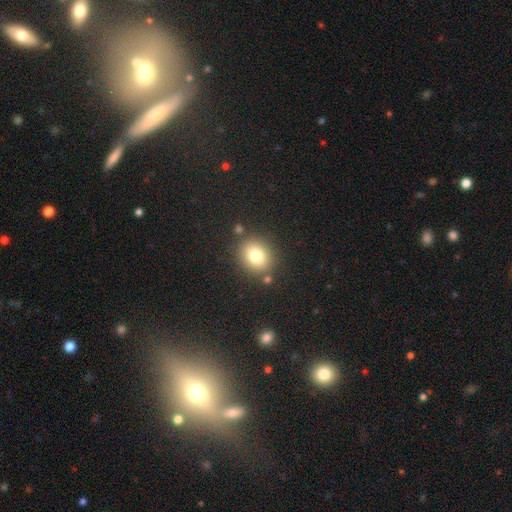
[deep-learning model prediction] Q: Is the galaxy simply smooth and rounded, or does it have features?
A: smooth — 78%.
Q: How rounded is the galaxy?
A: round — 70%.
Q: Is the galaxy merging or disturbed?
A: none — 82%.